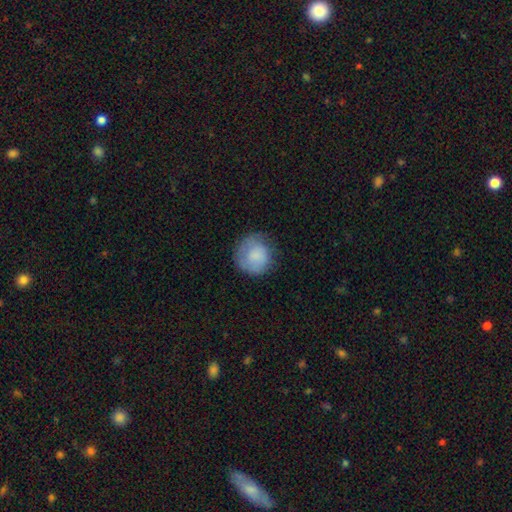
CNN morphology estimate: Smooth or featured? Predicted: smooth (p=0.78). How rounded? Predicted: round (p=0.89). Merging? Predicted: none (p=0.65).